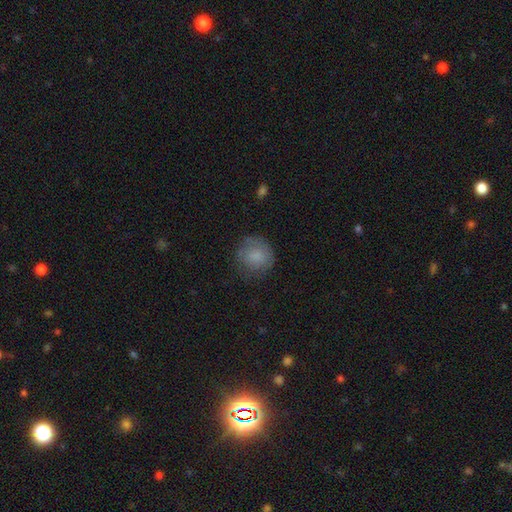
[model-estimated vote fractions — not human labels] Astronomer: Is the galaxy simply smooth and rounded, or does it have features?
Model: smooth — 79%.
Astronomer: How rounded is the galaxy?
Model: round — 87%.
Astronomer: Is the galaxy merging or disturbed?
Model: none — 70%.